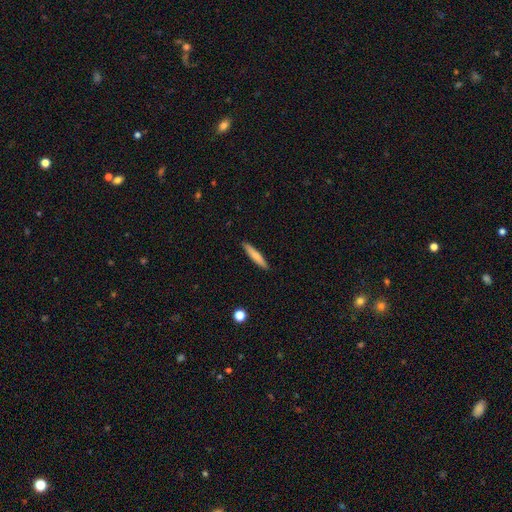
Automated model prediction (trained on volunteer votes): Q: Smooth or featured?
A: smooth (73%); runner-up: featured or disk (21%)
Q: How rounded?
A: cigar-shaped (91%); runner-up: in between (8%)
Q: Merging?
A: none (90%); runner-up: minor disturbance (7%)